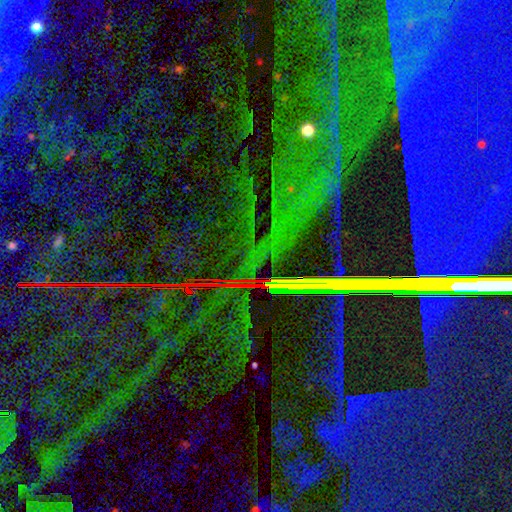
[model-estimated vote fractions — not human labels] Overall: star or artifact (86%).